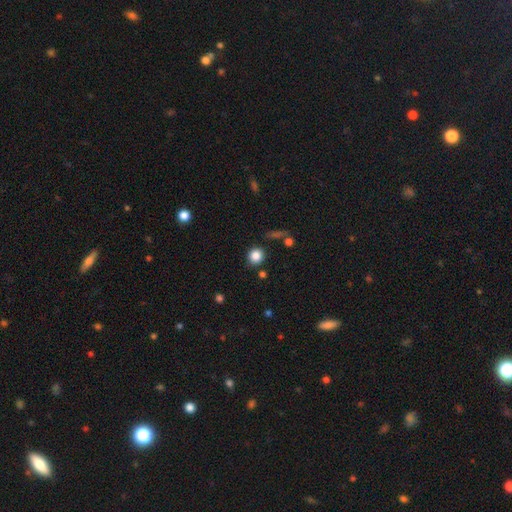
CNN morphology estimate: smooth-or-featured: smooth: 84% | star or artifact: 10% | featured or disk: 5%
  how-rounded: round: 84% | in between: 15% | cigar-shaped: 1%
  merging: none: 84% | minor disturbance: 9% | merger: 4% | major disturbance: 3%